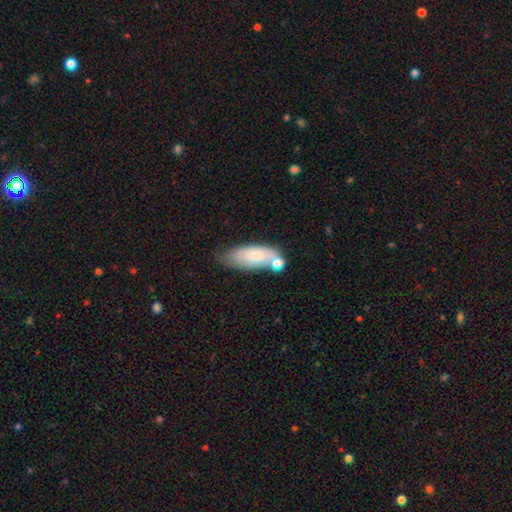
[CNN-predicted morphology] This appears to be a smooth galaxy with no disk features (70%) that is in between round and cigar-shaped (75%). Merging: none (47%).